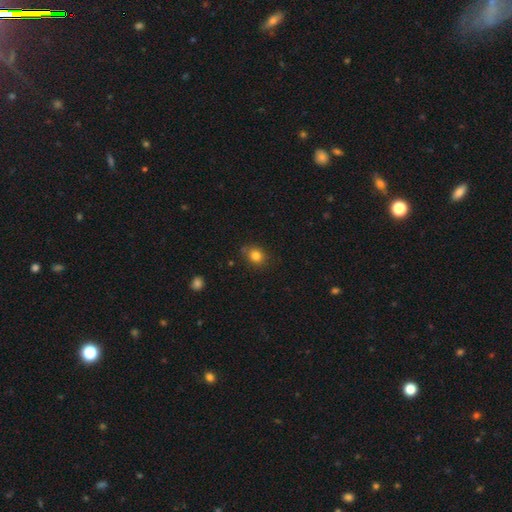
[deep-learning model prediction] Smooth or featured: smooth — 82% (star or artifact — 12%)
How rounded: round — 65% (in between — 34%)
Merging: none — 78% (minor disturbance — 16%)